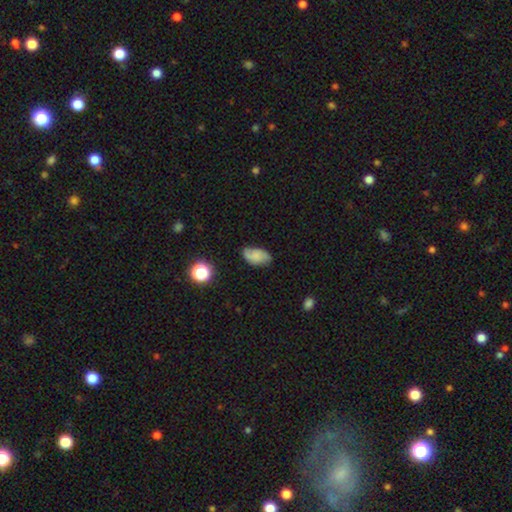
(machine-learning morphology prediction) Smooth or featured: smooth — 62% (featured or disk — 27%)
How rounded: in between — 90% (round — 8%)
Merging: none — 68% (minor disturbance — 24%)